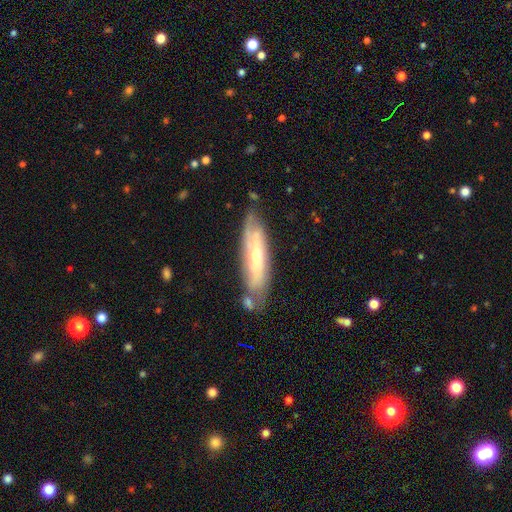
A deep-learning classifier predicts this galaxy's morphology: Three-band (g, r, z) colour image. It shows a featured or disk galaxy (58%). Merging: none (68%).